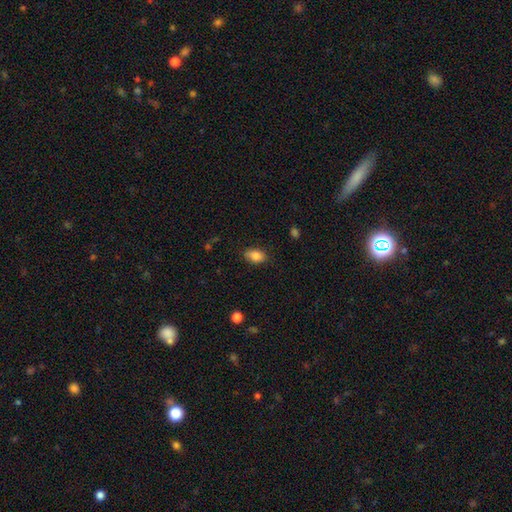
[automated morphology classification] smooth_or_featured: smooth (p=0.84) [alt: star or artifact p=0.08]
how_rounded: in between (p=0.86) [alt: round p=0.12]
merging: none (p=0.77) [alt: minor disturbance p=0.19]